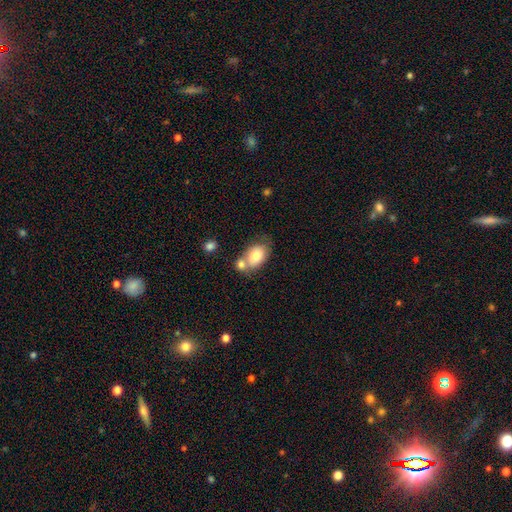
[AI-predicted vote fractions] Smooth or featured?
  - smooth: 77% *
  - featured or disk: 16%
  - star or artifact: 7%
How rounded?
  - in between: 83% *
  - round: 16%
  - cigar-shaped: 1%
Merging?
  - merger: 42% *
  - none: 40%
  - minor disturbance: 13%
  - major disturbance: 4%